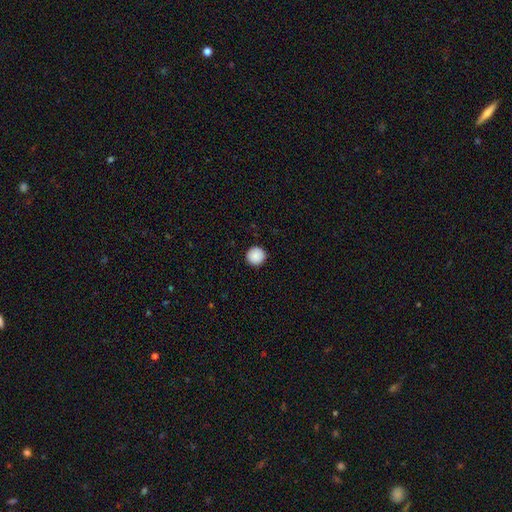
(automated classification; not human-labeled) Q: Smooth or featured?
A: smooth (90%); runner-up: star or artifact (8%)
Q: How rounded?
A: round (96%); runner-up: in between (4%)
Q: Merging?
A: none (93%); runner-up: minor disturbance (4%)